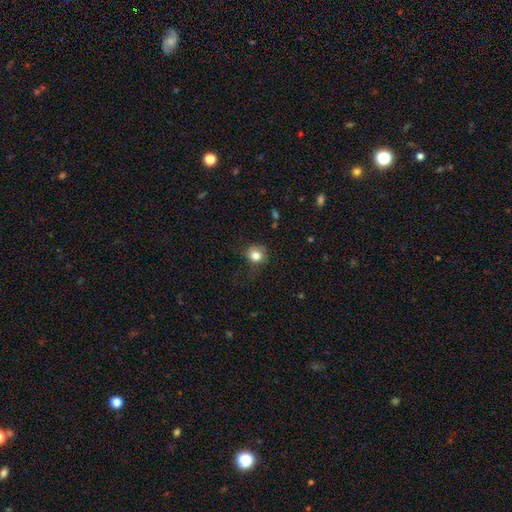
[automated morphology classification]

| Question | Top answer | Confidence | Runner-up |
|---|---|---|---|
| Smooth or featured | smooth | 82% | star or artifact (11%) |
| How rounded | round | 79% | in between (20%) |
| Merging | none | 64% | minor disturbance (23%) |